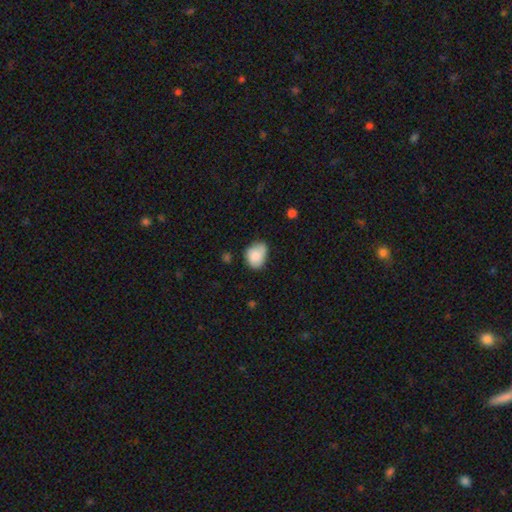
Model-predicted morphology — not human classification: Smooth or featured?
  - smooth: 80% *
  - featured or disk: 12%
  - star or artifact: 8%
How rounded?
  - in between: 63% *
  - round: 36%
  - cigar-shaped: 1%
Merging?
  - none: 50% *
  - minor disturbance: 37%
  - major disturbance: 8%
  - merger: 5%